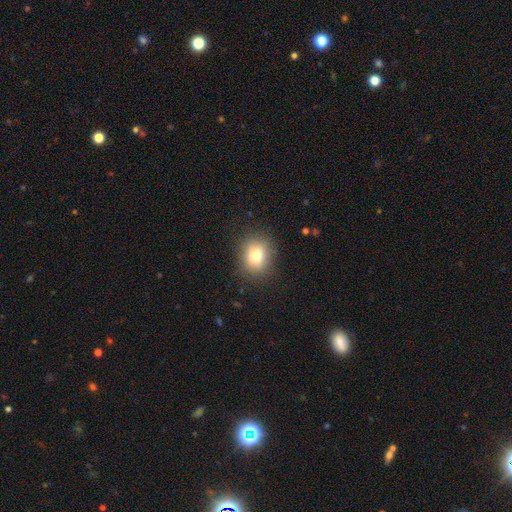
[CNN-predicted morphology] This appears to be a smooth galaxy with no disk features (77%) that is round (64%). Merging: none (85%).